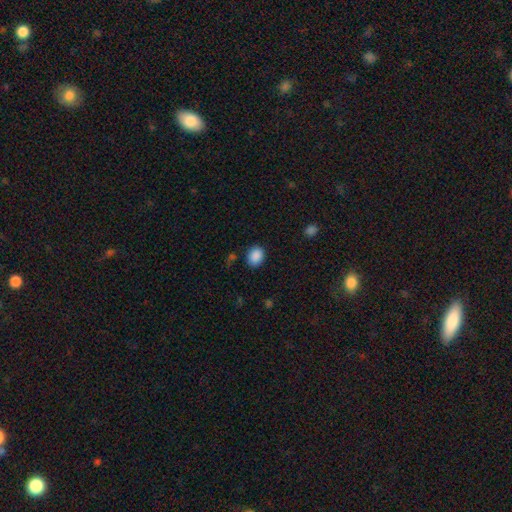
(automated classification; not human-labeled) Overall: smooth (88%). How rounded: in between (54%; round 45%). Merging: none (83%).